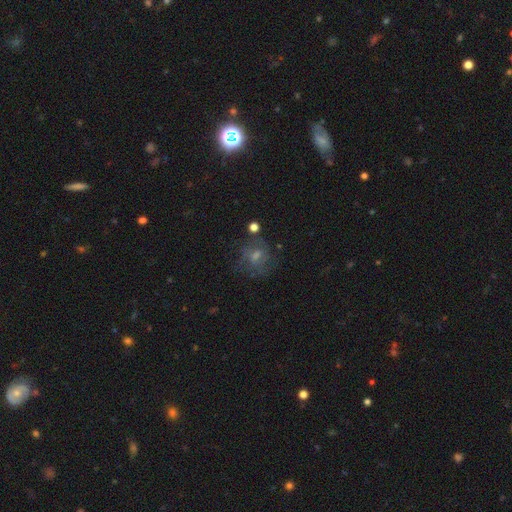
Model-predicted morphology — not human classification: This appears to be a featured or disk galaxy (37%). Merging: none (68%).